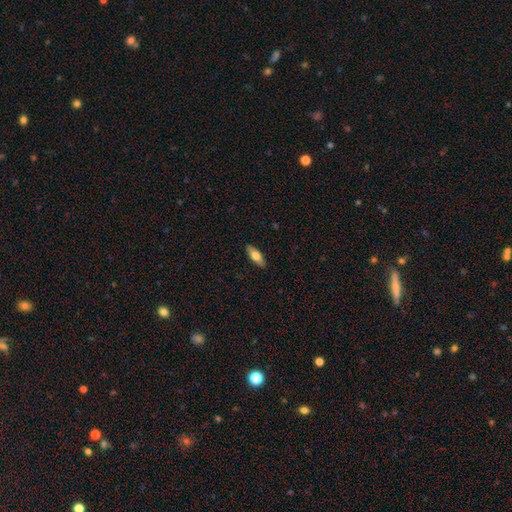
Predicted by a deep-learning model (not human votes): The model was most divided on "how rounded": in between: 71%, cigar-shaped: 26%, round: 2%. More confident: merging — none (89%); smooth or featured — smooth (70%).